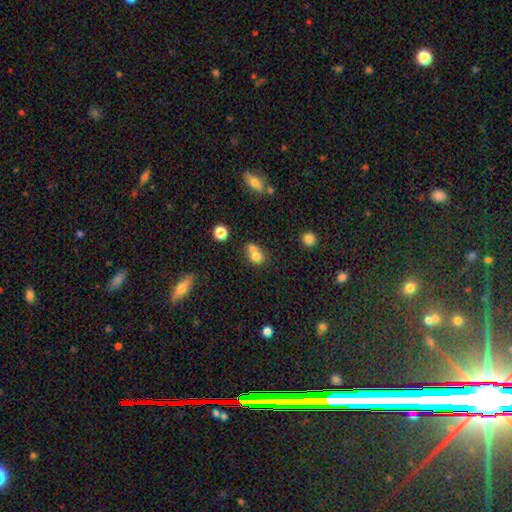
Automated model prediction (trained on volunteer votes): smooth-or-featured: smooth: 74% | featured or disk: 13% | star or artifact: 12%
  how-rounded: round: 70% | in between: 29% | cigar-shaped: 1%
  merging: merger: 57% | none: 31% | minor disturbance: 8% | major disturbance: 4%